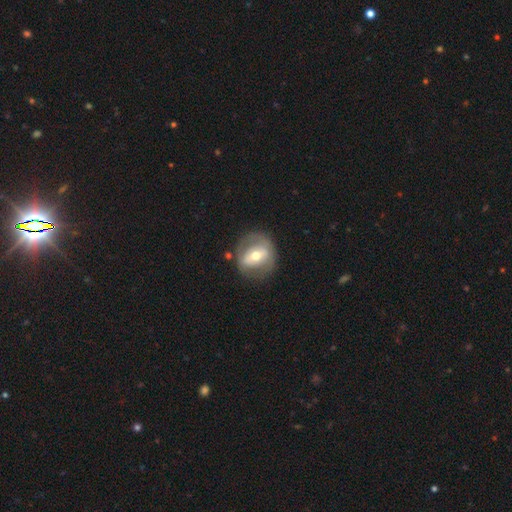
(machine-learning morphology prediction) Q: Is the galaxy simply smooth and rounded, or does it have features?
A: featured or disk — 55%.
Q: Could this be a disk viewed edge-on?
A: no — 93%.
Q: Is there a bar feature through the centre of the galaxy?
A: strong — 39%.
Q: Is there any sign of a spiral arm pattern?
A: no — 71%.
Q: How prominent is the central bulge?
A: moderate — 70%.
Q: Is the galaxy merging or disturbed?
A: none — 70%.